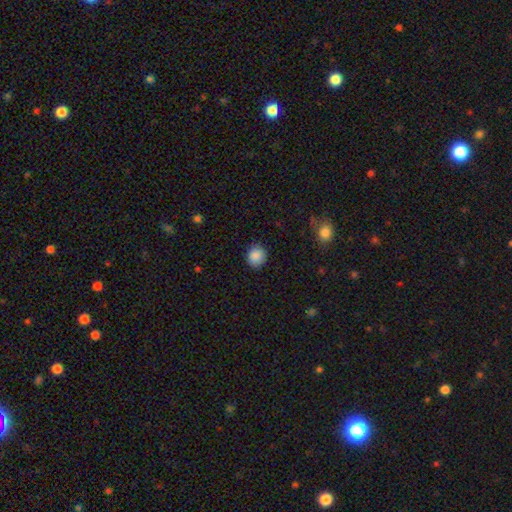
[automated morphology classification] Smooth or featured? smooth (88%)
How rounded? round (82%)
Merging? none (87%)